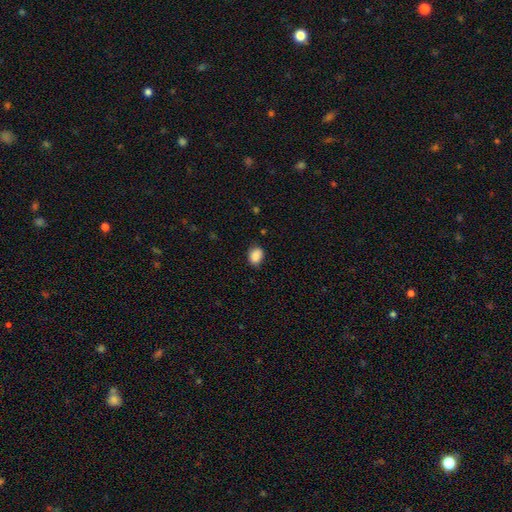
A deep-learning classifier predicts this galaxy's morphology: Q: Smooth or featured?
A: smooth (88%); runner-up: star or artifact (8%)
Q: How rounded?
A: in between (65%); runner-up: round (34%)
Q: Merging?
A: none (79%); runner-up: minor disturbance (17%)